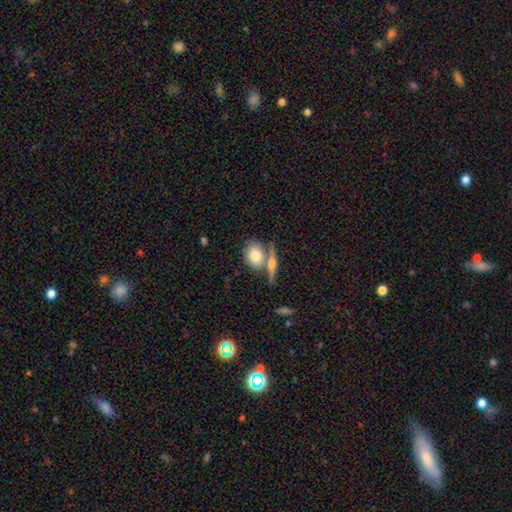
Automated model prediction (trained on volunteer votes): Smooth or featured: smooth — 74% (featured or disk — 19%)
How rounded: in between — 61% (round — 35%)
Merging: none — 49% (merger — 34%)